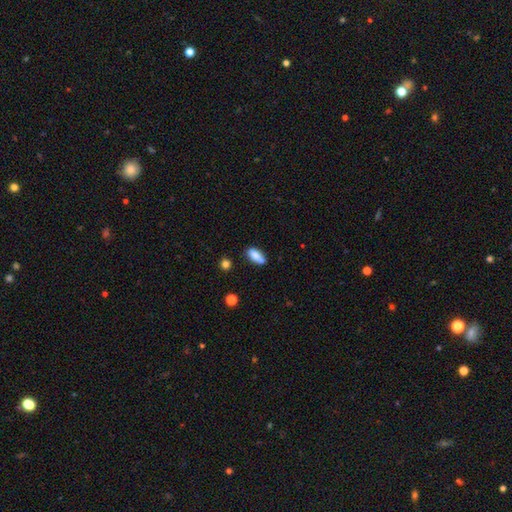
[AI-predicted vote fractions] smooth 79%, featured or disk 13%, star or artifact 8%. Down the decision tree: how rounded — in between (80%); merging — none (62%).